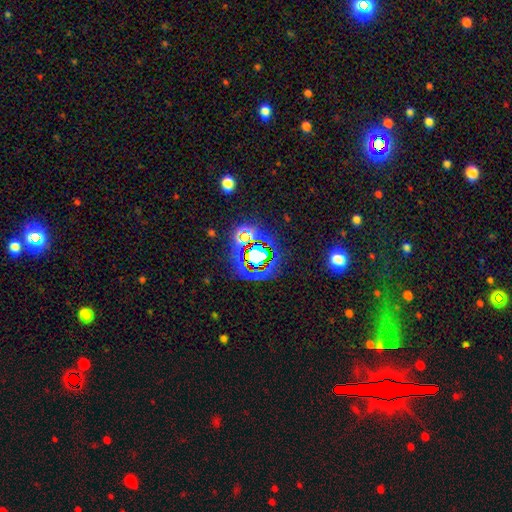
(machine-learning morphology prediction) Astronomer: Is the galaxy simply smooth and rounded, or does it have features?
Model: star or artifact — 67%.